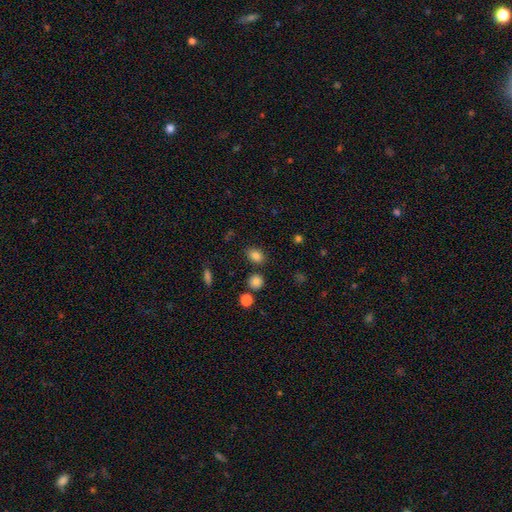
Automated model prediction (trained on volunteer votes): Smooth or featured?
  - smooth: 83% *
  - star or artifact: 12%
  - featured or disk: 5%
How rounded?
  - in between: 69% *
  - round: 30%
  - cigar-shaped: 1%
Merging?
  - none: 80% *
  - minor disturbance: 11%
  - merger: 6%
  - major disturbance: 3%